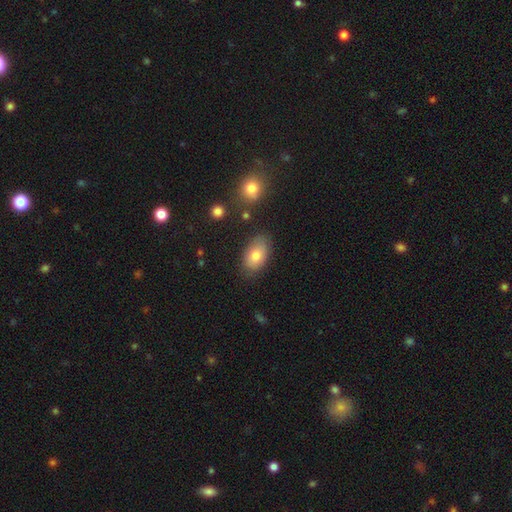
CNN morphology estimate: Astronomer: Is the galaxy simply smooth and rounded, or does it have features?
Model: smooth — 78%.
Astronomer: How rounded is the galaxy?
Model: in between — 91%.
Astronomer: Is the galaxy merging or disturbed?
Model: none — 77%.